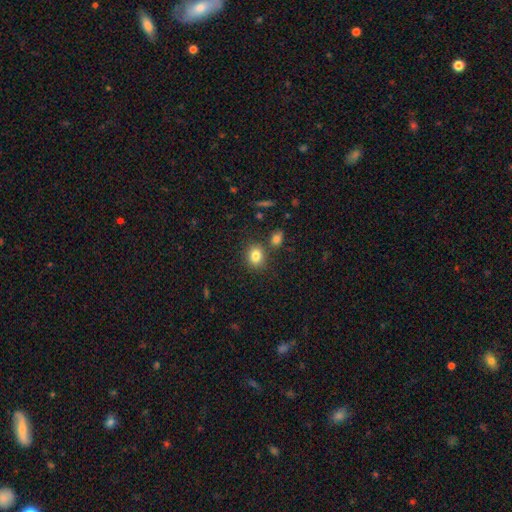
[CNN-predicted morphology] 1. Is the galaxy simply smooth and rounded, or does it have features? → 82% smooth, 11% star or artifact, 7% featured or disk.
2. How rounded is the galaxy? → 56% round, 43% in between, 1% cigar-shaped.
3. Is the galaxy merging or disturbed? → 74% none, 11% merger, 11% minor disturbance, 3% major disturbance.